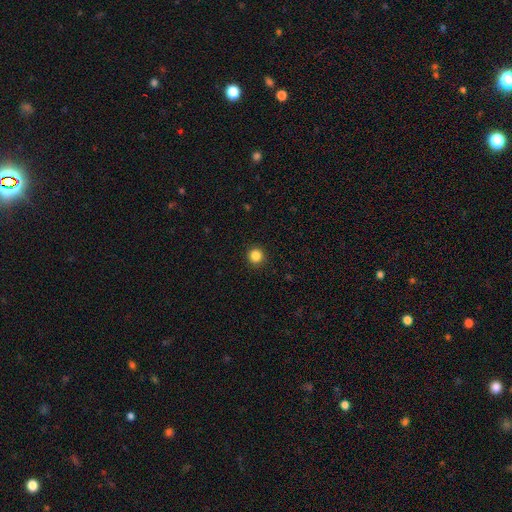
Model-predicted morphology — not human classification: The model was most divided on "smooth or featured": smooth: 85%, star or artifact: 12%, featured or disk: 3%. More confident: how rounded — round (95%); merging — none (93%).